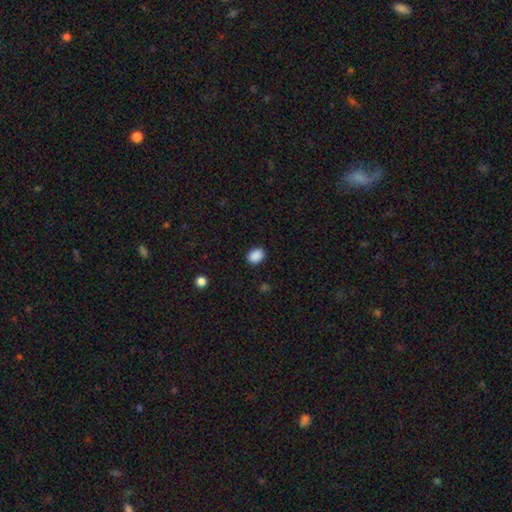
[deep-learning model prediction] This is clearly a smooth galaxy (89%). How rounded: likely in between (62%). Merging: clearly none (89%).